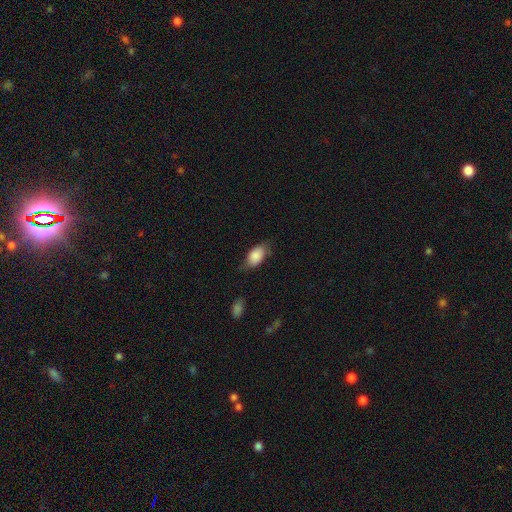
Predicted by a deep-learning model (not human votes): A smooth galaxy with no disk features (84%) that is in between round and cigar-shaped (90%).

Vote fractions:
- Smooth or featured? smooth: 84% / featured or disk: 9% / star or artifact: 7%
- How rounded? in between: 90% / round: 6% / cigar-shaped: 3%
- Merging? none: 63% / minor disturbance: 27% / major disturbance: 8% / merger: 2%